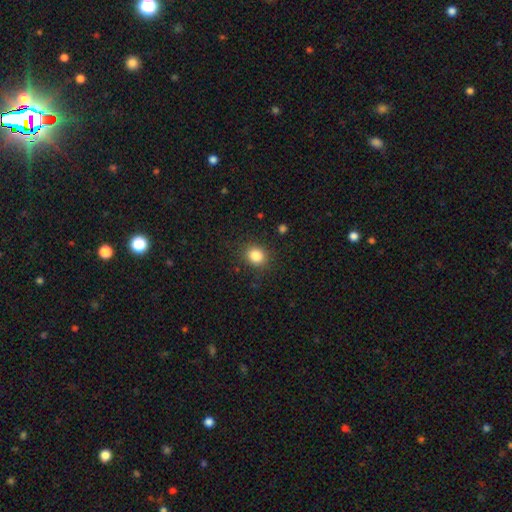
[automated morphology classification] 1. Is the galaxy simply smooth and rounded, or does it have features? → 84% smooth, 11% star or artifact, 5% featured or disk.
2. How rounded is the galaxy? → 68% round, 31% in between, 1% cigar-shaped.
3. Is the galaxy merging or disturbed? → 87% none, 9% minor disturbance, 3% major disturbance, 1% merger.